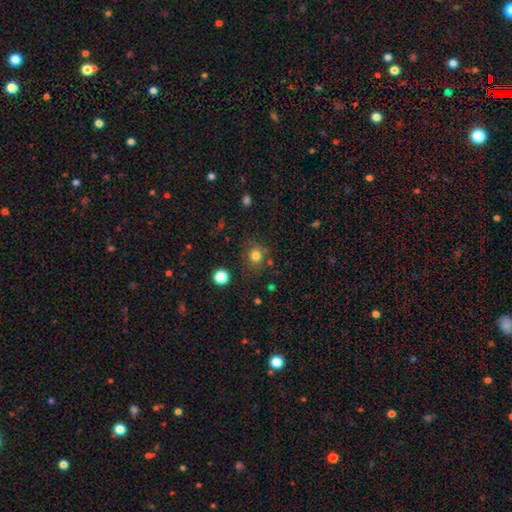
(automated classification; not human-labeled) This appears to be a smooth galaxy with no disk features (80%) that is round (76%). Merging: none (77%).